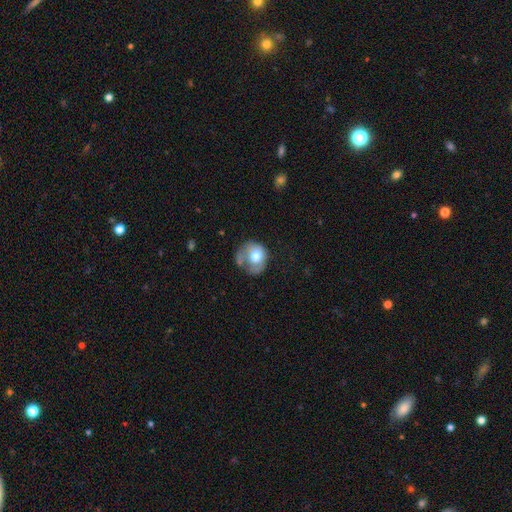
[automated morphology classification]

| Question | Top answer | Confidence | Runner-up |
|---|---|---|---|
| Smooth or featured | smooth | 66% | featured or disk (27%) |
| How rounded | round | 65% | in between (34%) |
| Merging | none | 30% | minor disturbance (28%) |